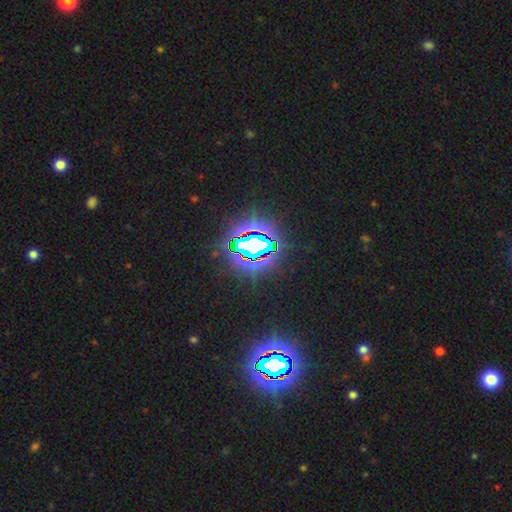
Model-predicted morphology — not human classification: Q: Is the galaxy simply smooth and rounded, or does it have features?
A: star or artifact — 84%.